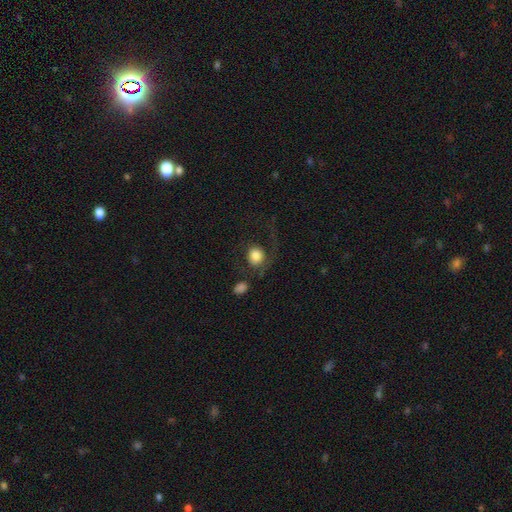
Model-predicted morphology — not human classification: Smooth or featured?
  - smooth: 73% *
  - featured or disk: 18%
  - star or artifact: 8%
How rounded?
  - round: 72% *
  - in between: 27%
  - cigar-shaped: 1%
Merging?
  - none: 42% *
  - major disturbance: 33%
  - minor disturbance: 16%
  - merger: 8%